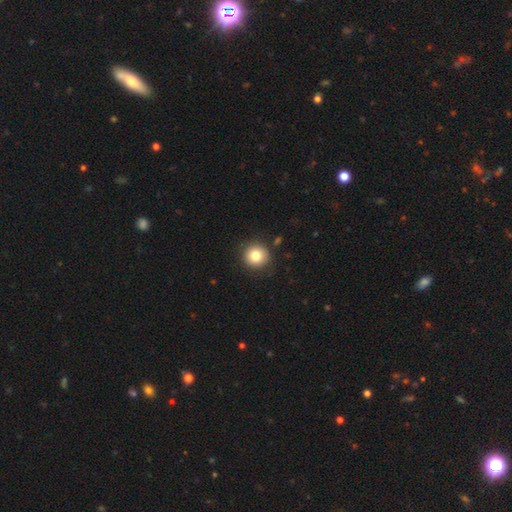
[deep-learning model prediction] Smooth or featured?
  - smooth: 81% *
  - star or artifact: 10%
  - featured or disk: 9%
How rounded?
  - round: 94% *
  - in between: 5%
  - cigar-shaped: 1%
Merging?
  - none: 88% *
  - minor disturbance: 7%
  - major disturbance: 2%
  - merger: 2%